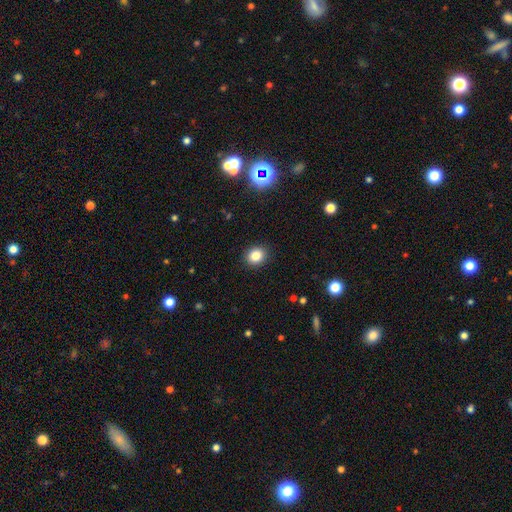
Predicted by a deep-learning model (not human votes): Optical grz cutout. It shows a smooth galaxy with no disk features (84%) that is round (70%). Merging: none (90%).